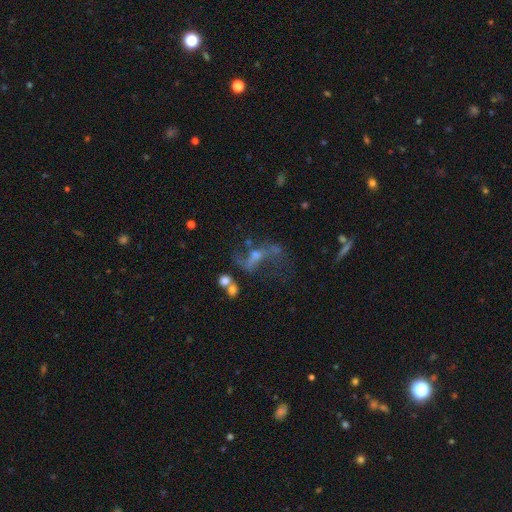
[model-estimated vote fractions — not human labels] Overall: featured or disk (66%). Edge-on disk: no (91%). Bar: no (48%; weak 33%). Spiral arms: yes (65%; no 35%). Bulge size: small (49%; moderate 27%). Merging: none (40%; major disturbance 29%).